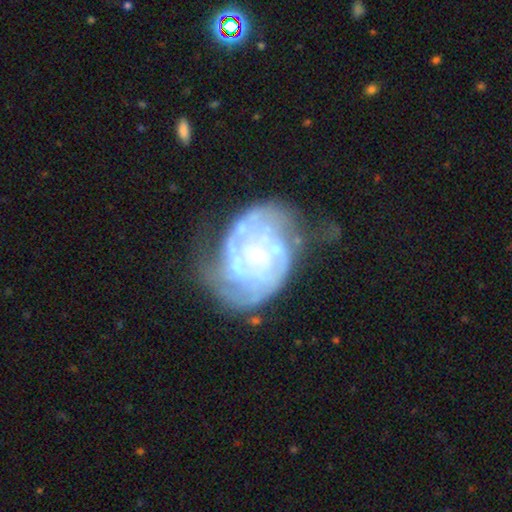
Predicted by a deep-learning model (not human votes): Smooth or featured? Predicted: featured or disk (p=0.86). Edge-on disk? Predicted: no (p=0.98). Bar? Predicted: no (p=0.50). Spiral arms? Predicted: yes (p=0.93). Spiral winding? Predicted: tight (p=0.60). Spiral arm count? Predicted: 2 (p=0.37). Bulge size? Predicted: small (p=0.66). Merging? Predicted: none (p=0.49).